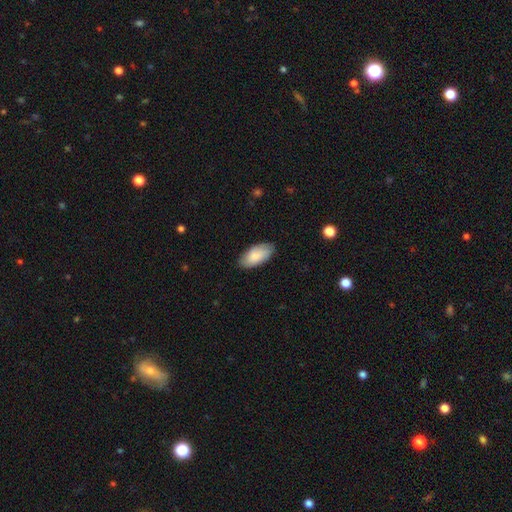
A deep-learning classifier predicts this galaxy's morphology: A smooth galaxy with no disk features (85%) that is in between round and cigar-shaped (94%).

Vote fractions:
- Smooth or featured? smooth: 85% / featured or disk: 10% / star or artifact: 6%
- How rounded? in between: 94% / cigar-shaped: 4% / round: 2%
- Merging? none: 83% / minor disturbance: 14% / major disturbance: 2% / merger: 1%